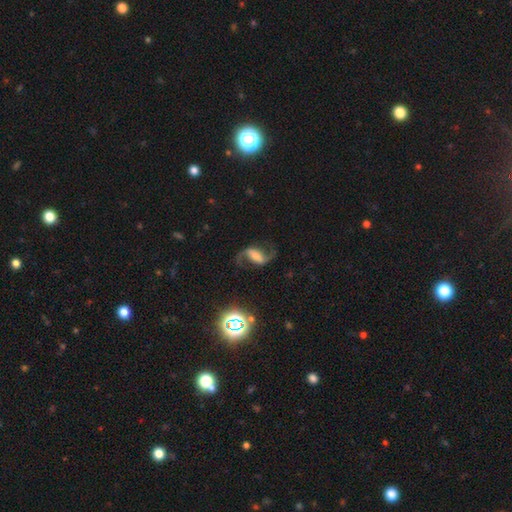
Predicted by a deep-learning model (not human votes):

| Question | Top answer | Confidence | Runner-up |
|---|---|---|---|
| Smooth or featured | featured or disk | 80% | smooth (10%) |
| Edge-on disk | no | 96% | yes (4%) |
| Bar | strong | 47% | weak (33%) |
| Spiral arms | yes | 95% | no (5%) |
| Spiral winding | loose | 73% | medium (22%) |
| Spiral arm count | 2 | 93% | 1 (3%) |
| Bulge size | small | 32% | none (26%) |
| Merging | none | 73% | minor disturbance (13%) |